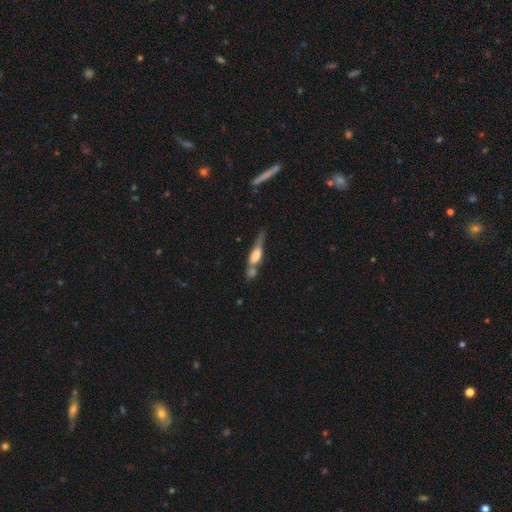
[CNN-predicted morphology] type=smooth (49%); merging=merger (44%).